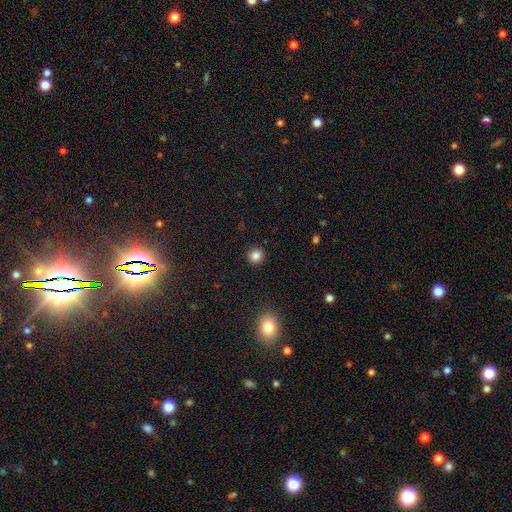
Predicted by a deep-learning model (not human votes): This is clearly a smooth galaxy (84%). How rounded: clearly round (92%). Merging: clearly none (92%).